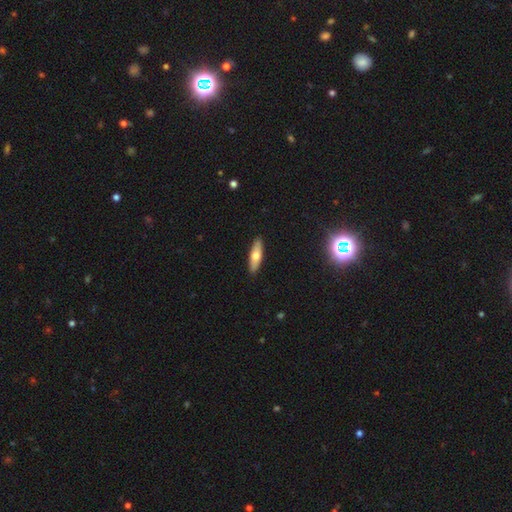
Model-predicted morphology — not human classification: This appears to be a smooth galaxy with no disk features (60%) that is cigar-shaped (53%). Merging: none (90%).